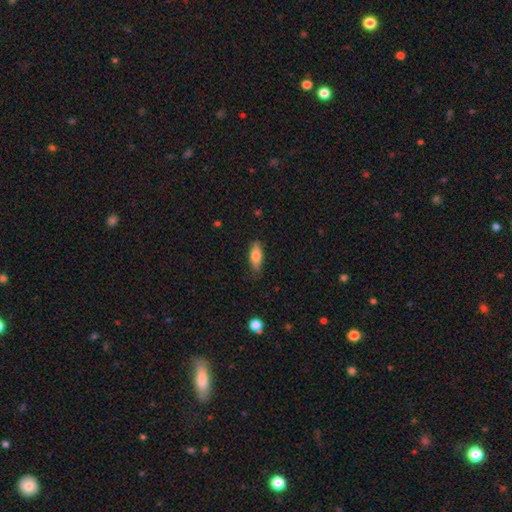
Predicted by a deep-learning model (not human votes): Smooth or featured: smooth — 74% (featured or disk — 19%)
How rounded: in between — 68% (cigar-shaped — 29%)
Merging: none — 80% (minor disturbance — 16%)